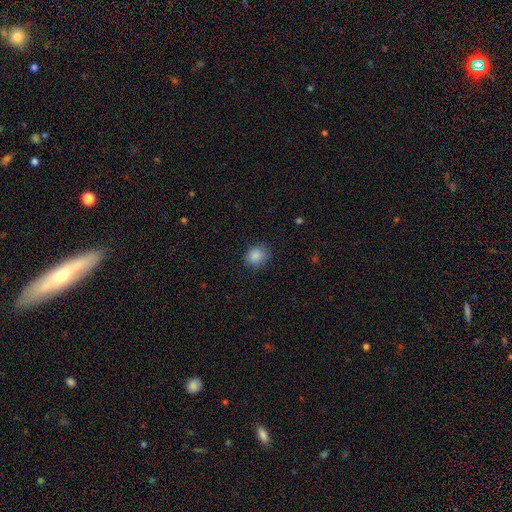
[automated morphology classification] Smooth or featured? Predicted: smooth (p=0.87). How rounded? Predicted: round (p=0.67). Merging? Predicted: none (p=0.83).